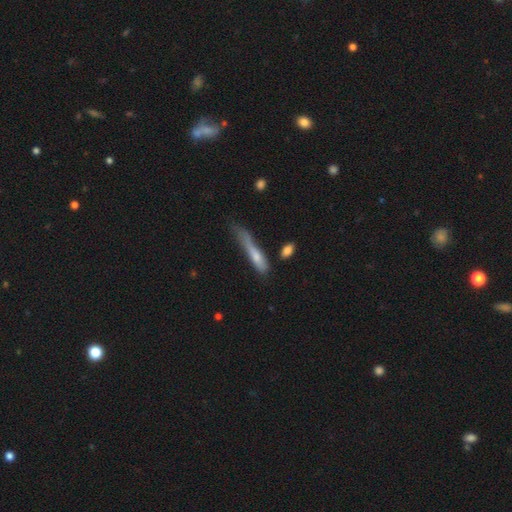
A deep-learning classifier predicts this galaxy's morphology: Smooth or featured? smooth (63%)
How rounded? cigar-shaped (87%)
Merging? none (33%)